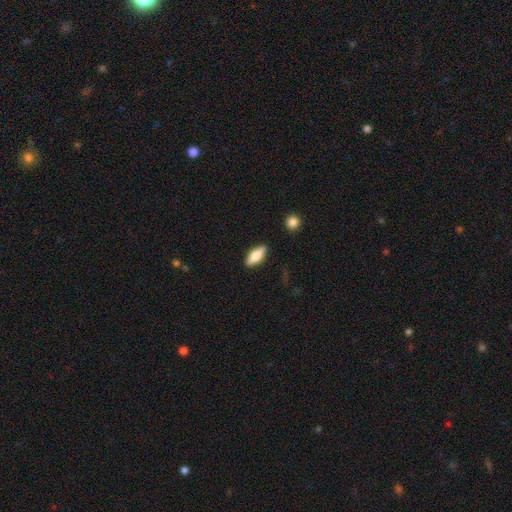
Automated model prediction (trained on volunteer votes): Smooth or featured? smooth (74%)
How rounded? in between (74%)
Merging? none (86%)